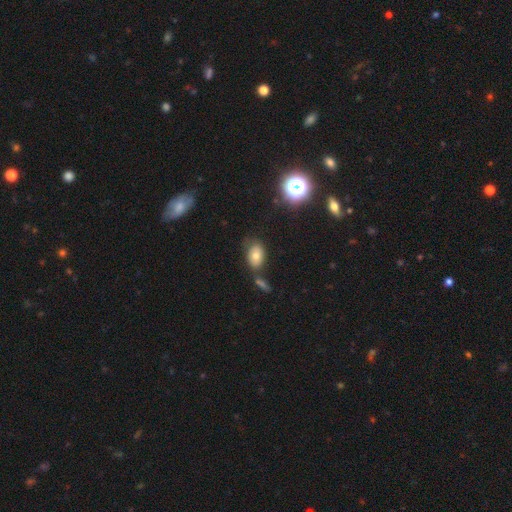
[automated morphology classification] smooth 71%, featured or disk 16%, star or artifact 13%. Down the decision tree: how rounded — in between (85%); merging — none (63%).